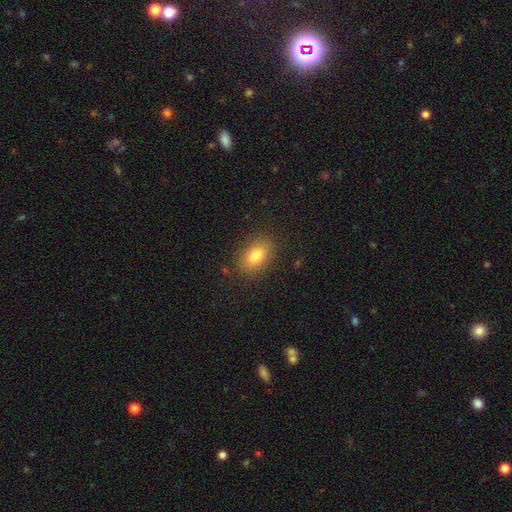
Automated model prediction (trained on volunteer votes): Smooth or featured: smooth — 82% (star or artifact — 9%)
How rounded: in between — 84% (round — 14%)
Merging: none — 86% (minor disturbance — 10%)